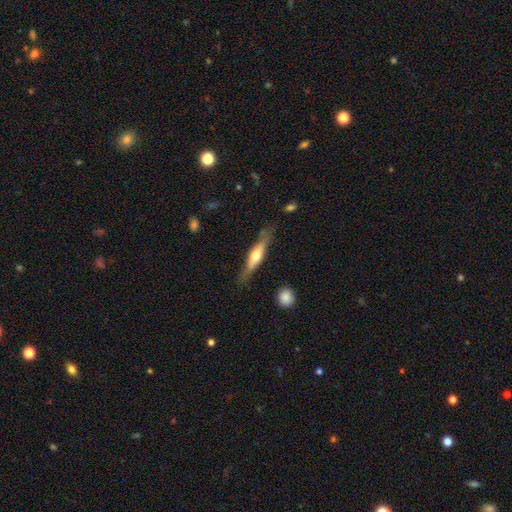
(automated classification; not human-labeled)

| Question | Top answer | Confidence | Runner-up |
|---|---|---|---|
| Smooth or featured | featured or disk | 59% | smooth (35%) |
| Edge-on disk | yes | 94% | no (6%) |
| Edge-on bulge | rounded | 89% | boxy (7%) |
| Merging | none | 79% | minor disturbance (15%) |